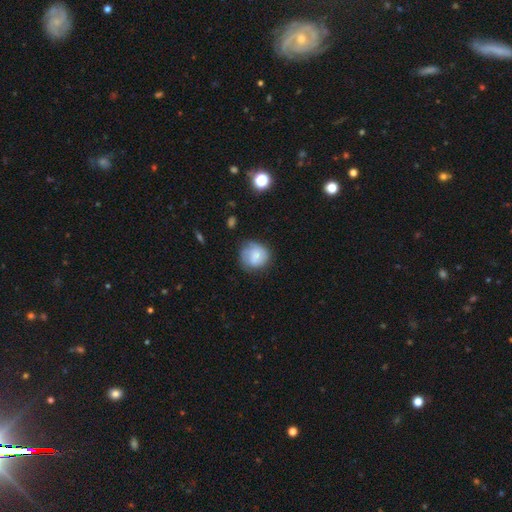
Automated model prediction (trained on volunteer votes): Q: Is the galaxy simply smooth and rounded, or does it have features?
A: smooth — 69%.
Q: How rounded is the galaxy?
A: round — 81%.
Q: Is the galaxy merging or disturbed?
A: none — 60%.